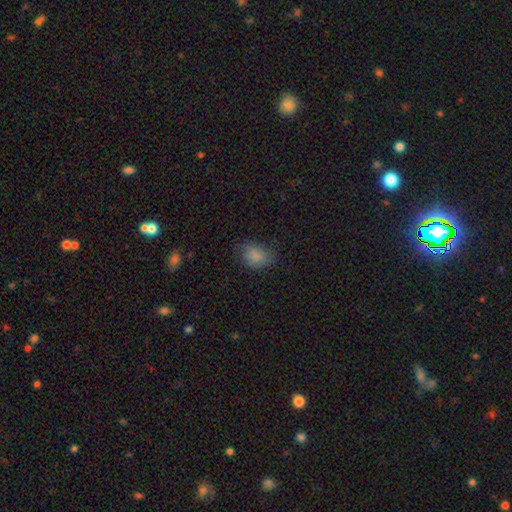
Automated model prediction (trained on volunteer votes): smooth 82%, star or artifact 9%, featured or disk 8%. Down the decision tree: how rounded — in between (70%); merging — none (69%).